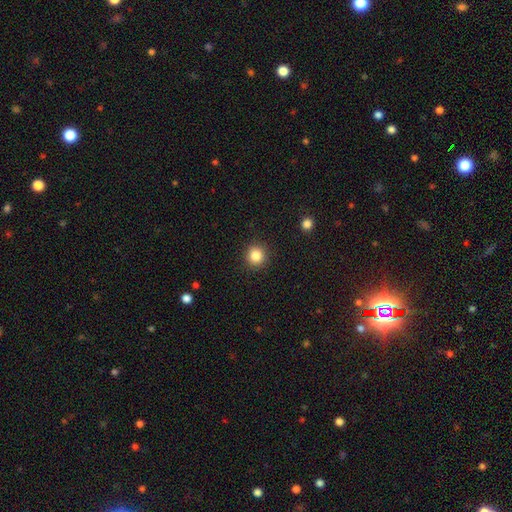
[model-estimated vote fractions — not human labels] Overall: smooth (84%). How rounded: round (93%). Merging: none (91%).